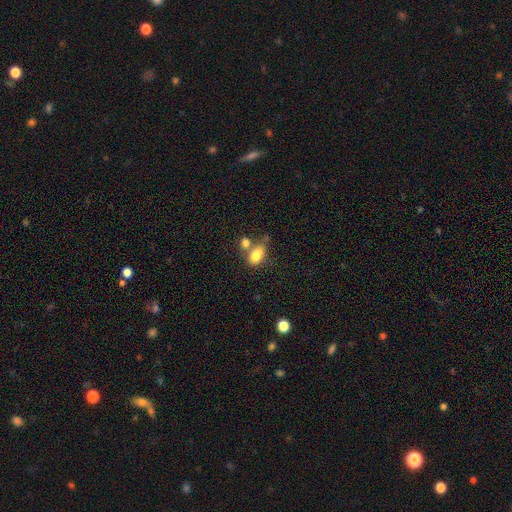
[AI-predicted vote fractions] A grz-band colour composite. It shows a smooth galaxy with no disk features (80%) that is in between round and cigar-shaped (84%). Merging: none (40%).